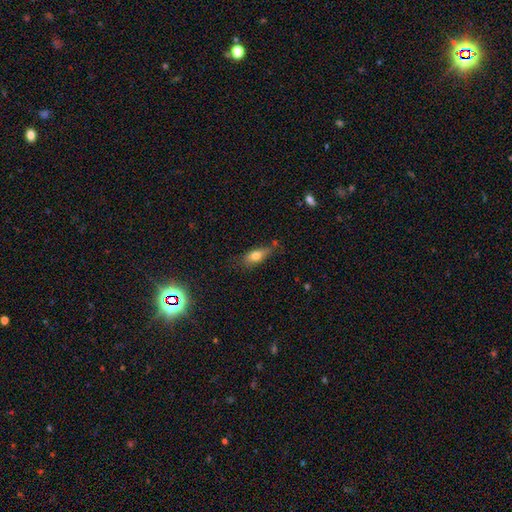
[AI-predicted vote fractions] This appears to be a smooth galaxy with no disk features (72%) that is in between round and cigar-shaped (76%). Merging: none (56%).